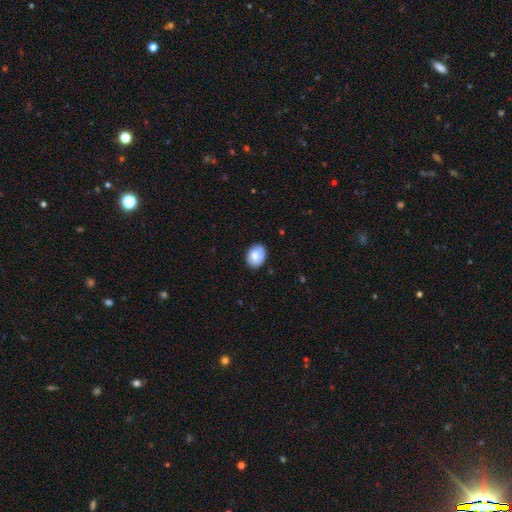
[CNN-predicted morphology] Smooth or featured? Predicted: smooth (p=0.77). How rounded? Predicted: in between (p=0.64). Merging? Predicted: none (p=0.74).